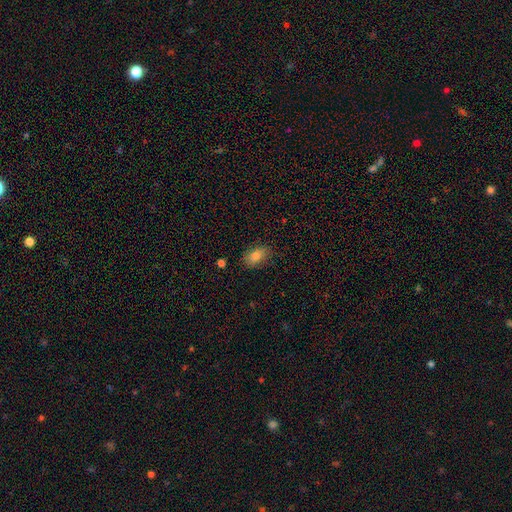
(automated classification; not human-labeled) A smooth galaxy with no disk features (81%) that is in between round and cigar-shaped (86%).

Vote fractions:
- Smooth or featured? smooth: 81% / featured or disk: 10% / star or artifact: 9%
- How rounded? in between: 86% / round: 12% / cigar-shaped: 2%
- Merging? none: 80% / minor disturbance: 15% / major disturbance: 3% / merger: 1%